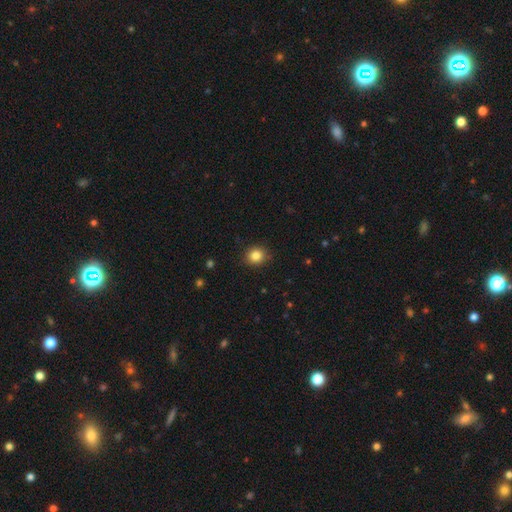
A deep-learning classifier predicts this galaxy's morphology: smooth-or-featured: smooth: 84% | star or artifact: 11% | featured or disk: 5%
  how-rounded: round: 81% | in between: 18% | cigar-shaped: 1%
  merging: none: 88% | minor disturbance: 9% | major disturbance: 2% | merger: 1%